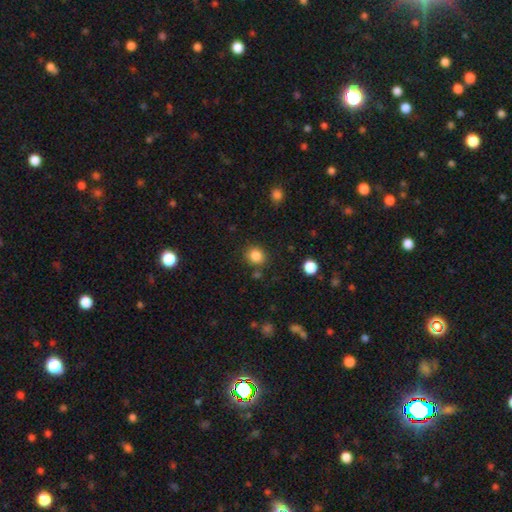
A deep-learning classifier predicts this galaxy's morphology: Smooth or featured? Predicted: smooth (p=0.85). How rounded? Predicted: round (p=0.83). Merging? Predicted: none (p=0.85).